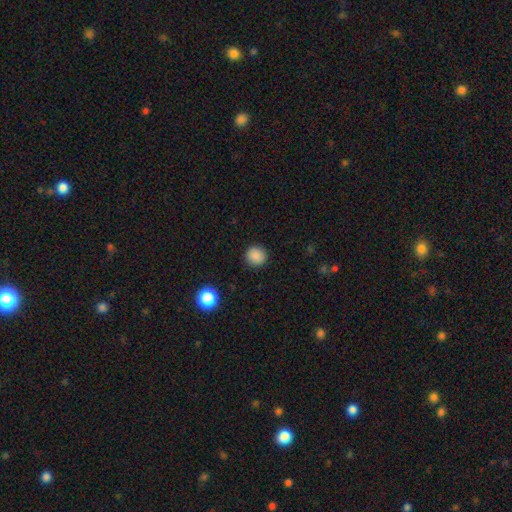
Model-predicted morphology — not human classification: This is clearly a smooth galaxy (87%). How rounded: clearly round (93%). Merging: clearly none (92%).